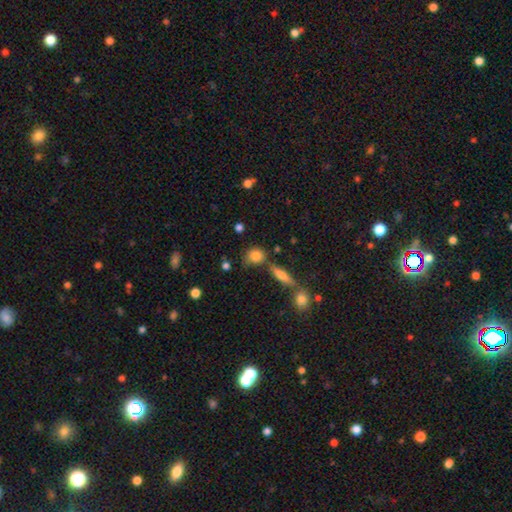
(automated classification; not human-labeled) smooth_or_featured: smooth (p=0.82) [alt: star or artifact p=0.10]
how_rounded: round (p=0.65) [alt: in between p=0.29]
merging: none (p=0.61) [alt: minor disturbance p=0.19]